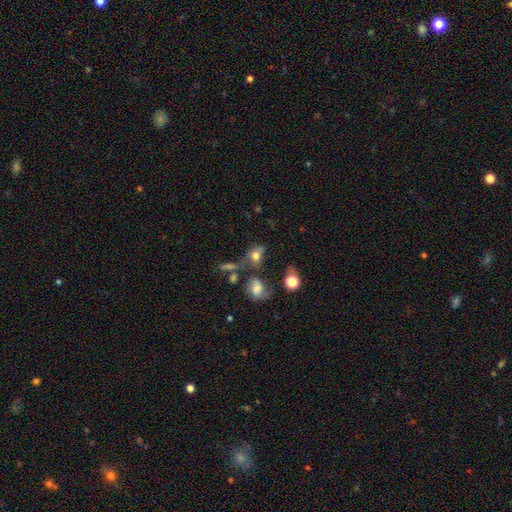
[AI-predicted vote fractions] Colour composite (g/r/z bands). It shows a smooth galaxy with no disk features (65%) that is in between round and cigar-shaped (60%). Merging: none (38%).